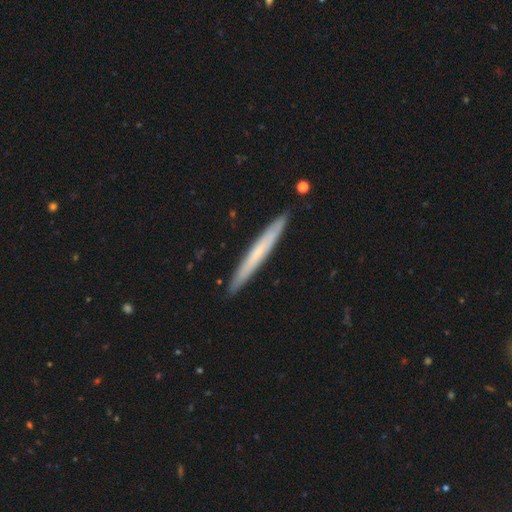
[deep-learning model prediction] Smooth or featured: smooth — 49% (featured or disk — 45%)
Merging: none — 91% (minor disturbance — 7%)